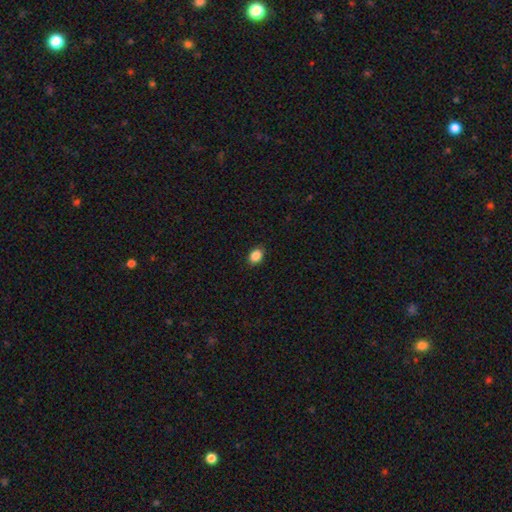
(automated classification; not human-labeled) Smooth or featured?
  - smooth: 87% *
  - star or artifact: 10%
  - featured or disk: 3%
How rounded?
  - in between: 62% *
  - round: 37%
  - cigar-shaped: 1%
Merging?
  - none: 89% *
  - minor disturbance: 8%
  - major disturbance: 2%
  - merger: 1%